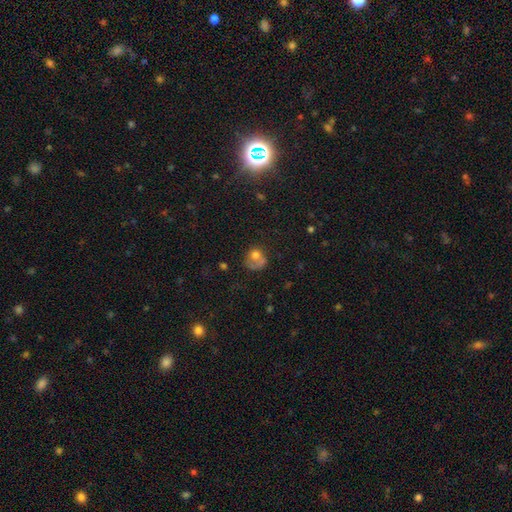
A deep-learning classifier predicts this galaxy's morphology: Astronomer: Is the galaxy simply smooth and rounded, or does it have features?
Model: smooth — 65%.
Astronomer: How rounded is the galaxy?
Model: round — 69%.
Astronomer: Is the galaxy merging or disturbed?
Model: none — 34% (runner-up: major disturbance, 29%).